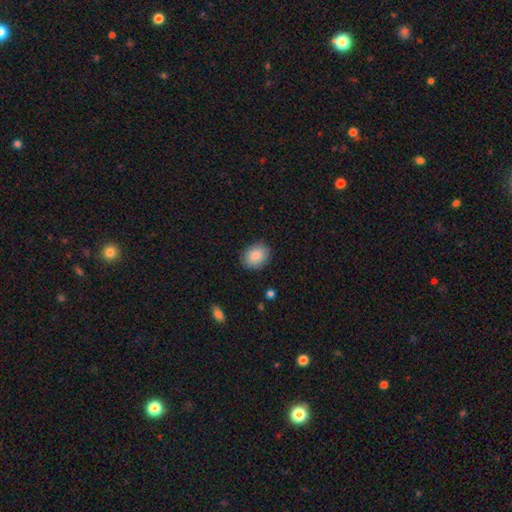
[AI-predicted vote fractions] A smooth galaxy with no disk features (87%) that is in between round and cigar-shaped (62%).

Vote fractions:
- Smooth or featured? smooth: 87% / star or artifact: 7% / featured or disk: 6%
- How rounded? in between: 62% / round: 37% / cigar-shaped: 1%
- Merging? none: 85% / minor disturbance: 11% / major disturbance: 3% / merger: 1%